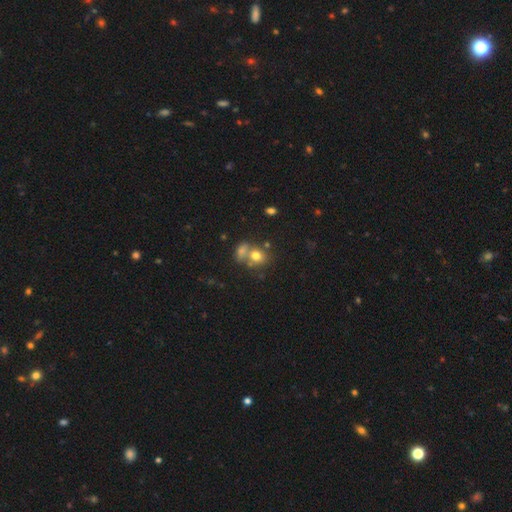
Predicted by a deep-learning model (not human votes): smooth-or-featured: smooth: 74% | featured or disk: 14% | star or artifact: 13%
  how-rounded: round: 64% | in between: 35% | cigar-shaped: 1%
  merging: merger: 45% | none: 39% | minor disturbance: 10% | major disturbance: 5%